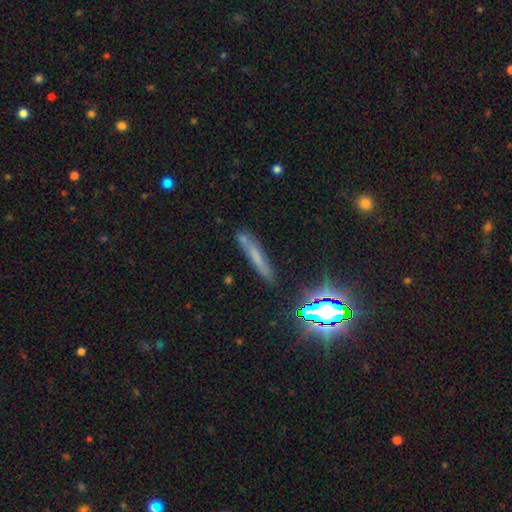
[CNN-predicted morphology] smooth 49%, featured or disk 28%, star or artifact 23%. Down the decision tree: merging — none (77%).